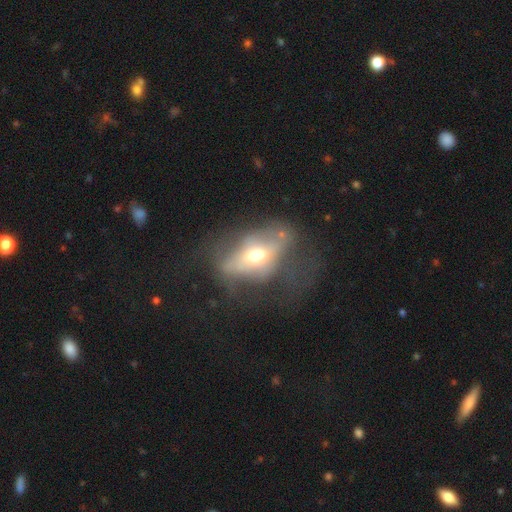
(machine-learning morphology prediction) smooth_or_featured: featured or disk (p=0.47) [alt: smooth p=0.43]
merging: major disturbance (p=0.40) [alt: none p=0.32]